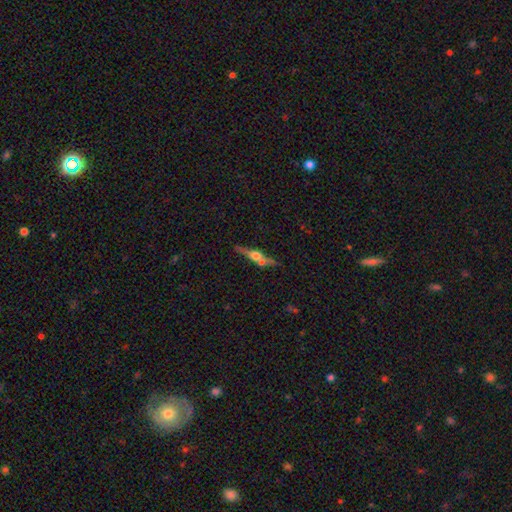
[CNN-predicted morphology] Smooth or featured? featured or disk (74%)
Edge-on disk? yes (95%)
Edge-on bulge? rounded (94%)
Merging? none (70%)